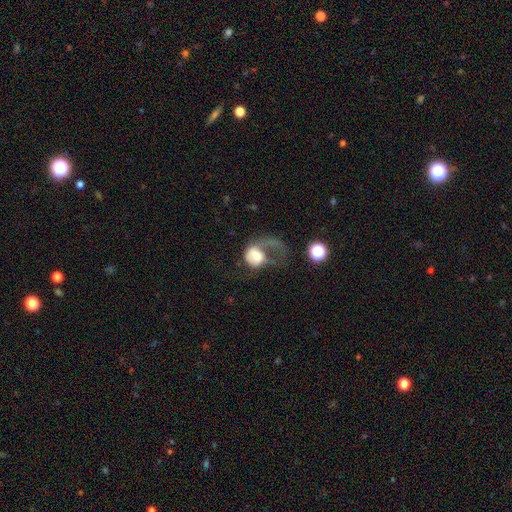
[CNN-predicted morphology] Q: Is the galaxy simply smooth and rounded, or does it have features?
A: smooth — 50%.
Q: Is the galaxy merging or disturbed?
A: major disturbance — 70%.